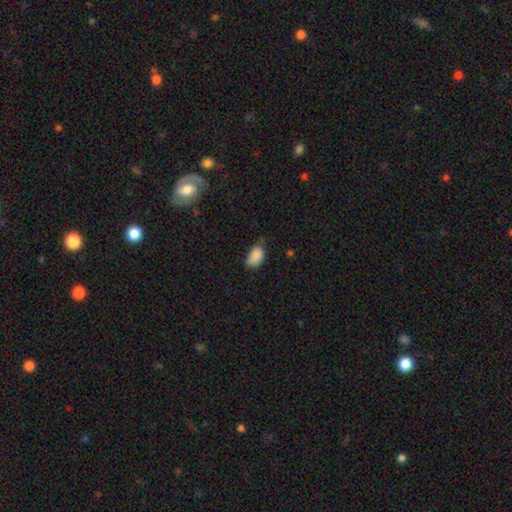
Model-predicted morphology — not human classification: Q: Smooth or featured?
A: smooth (87%); runner-up: star or artifact (8%)
Q: How rounded?
A: in between (89%); runner-up: round (9%)
Q: Merging?
A: none (56%); runner-up: minor disturbance (35%)